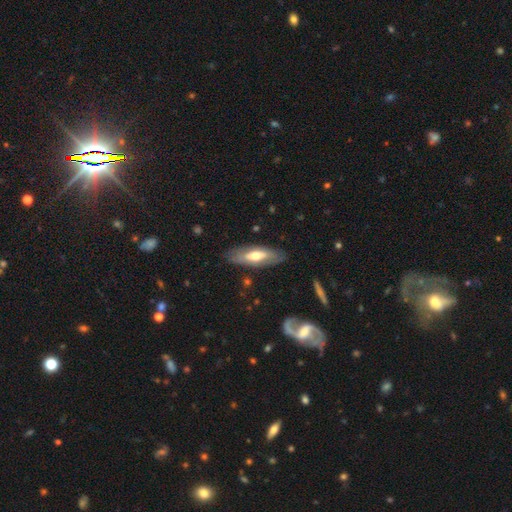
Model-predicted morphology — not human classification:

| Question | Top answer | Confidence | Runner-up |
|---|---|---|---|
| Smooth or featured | featured or disk | 54% | smooth (41%) |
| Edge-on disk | no | 65% | yes (35%) |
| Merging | none | 80% | minor disturbance (14%) |